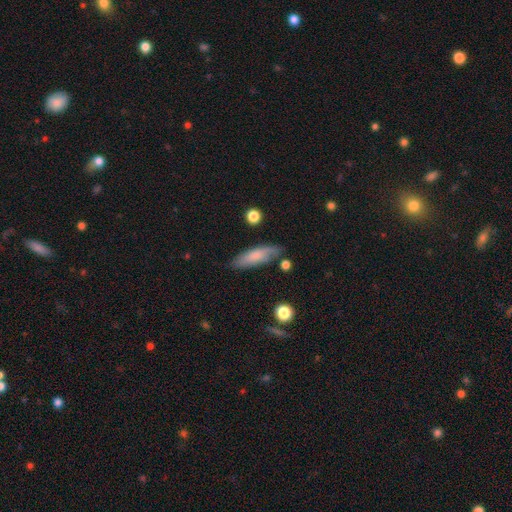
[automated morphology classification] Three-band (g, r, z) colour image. It shows a smooth galaxy with no disk features (72%) that is cigar-shaped (56%). Merging: none (74%).